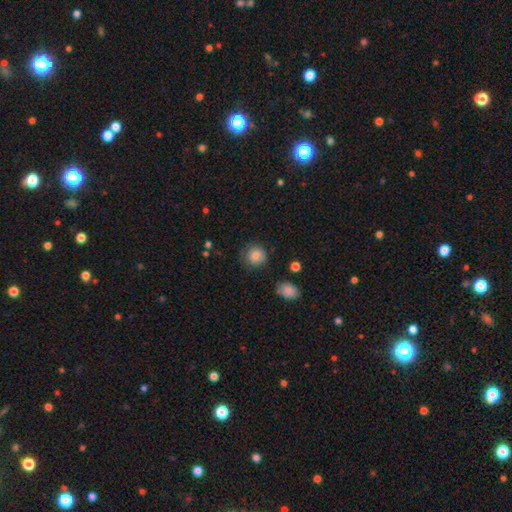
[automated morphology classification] Overall: smooth (83%). How rounded: round (89%). Merging: none (77%).